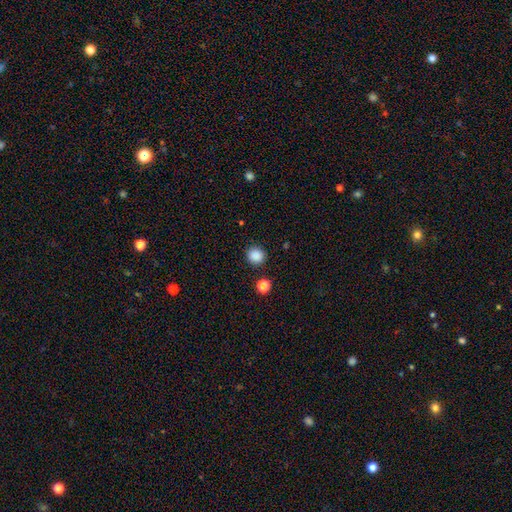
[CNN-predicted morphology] This is clearly a smooth galaxy (86%). How rounded: clearly round (90%). Merging: clearly none (89%).